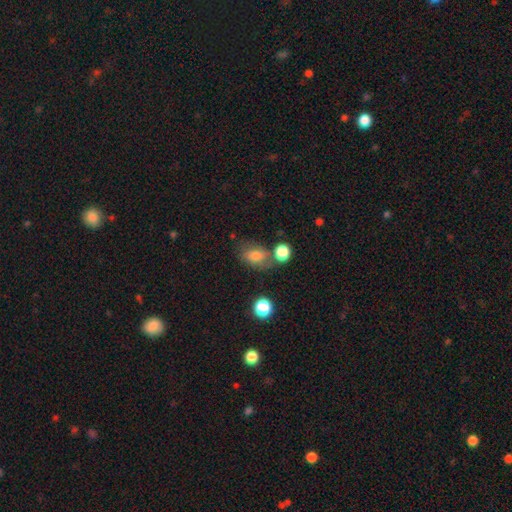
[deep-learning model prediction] Morphology: type=smooth (72%); roundness=in between (71%); merging=none (54%).